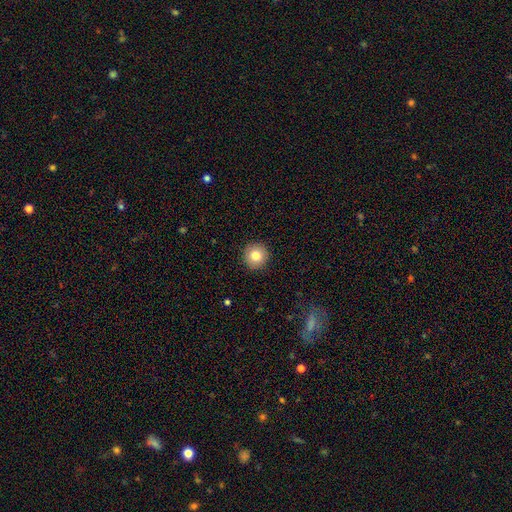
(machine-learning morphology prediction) smooth_or_featured: smooth (p=0.82) [alt: star or artifact p=0.09]
how_rounded: round (p=0.95) [alt: in between p=0.04]
merging: none (p=0.92) [alt: minor disturbance p=0.05]